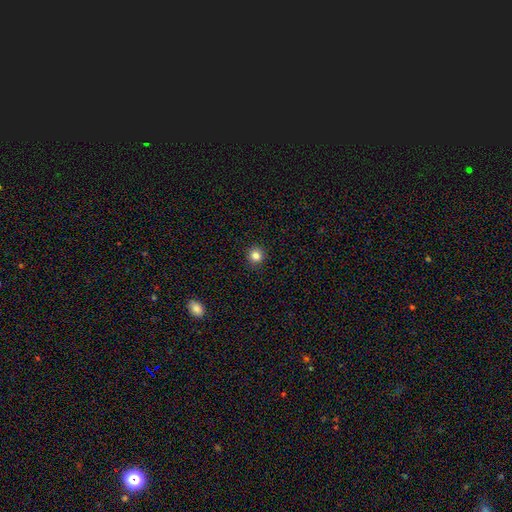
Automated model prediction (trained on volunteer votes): smooth 84%, star or artifact 12%, featured or disk 4%. Down the decision tree: how rounded — round (94%); merging — none (92%).